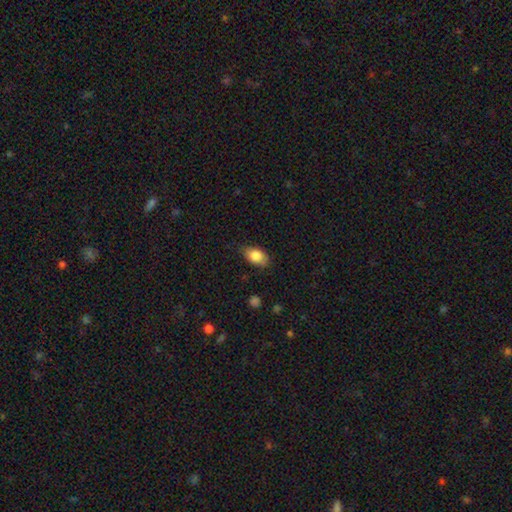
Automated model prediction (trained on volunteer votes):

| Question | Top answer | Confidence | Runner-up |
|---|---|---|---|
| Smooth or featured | smooth | 83% | featured or disk (10%) |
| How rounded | in between | 87% | round (10%) |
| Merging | none | 73% | minor disturbance (22%) |